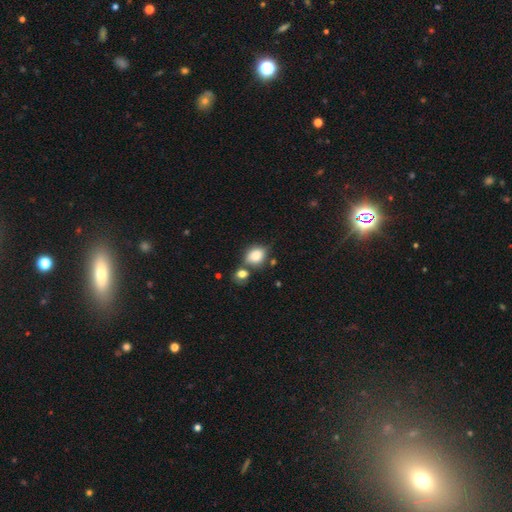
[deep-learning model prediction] This is clearly a smooth galaxy (81%). How rounded: possibly in between (52%). Merging: possibly none (49%).